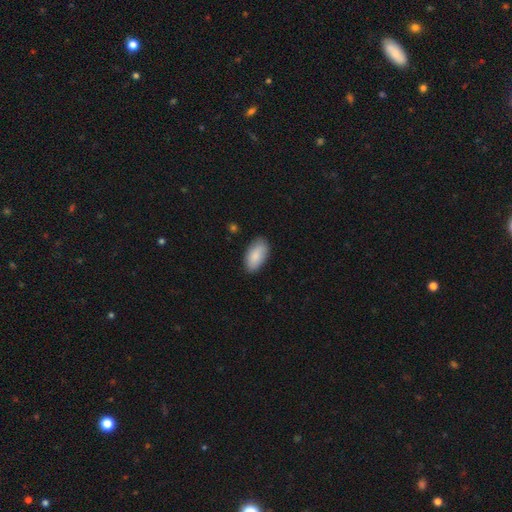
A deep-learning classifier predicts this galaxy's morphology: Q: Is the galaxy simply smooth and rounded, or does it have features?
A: smooth — 87%.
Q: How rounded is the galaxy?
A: in between — 94%.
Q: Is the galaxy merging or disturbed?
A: none — 84%.